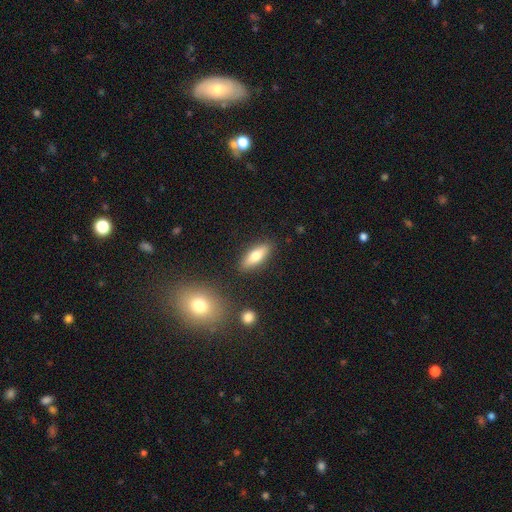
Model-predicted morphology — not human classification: The model was most divided on "how rounded": in between: 59%, cigar-shaped: 39%, round: 3%. More confident: merging — none (86%); smooth or featured — smooth (69%).